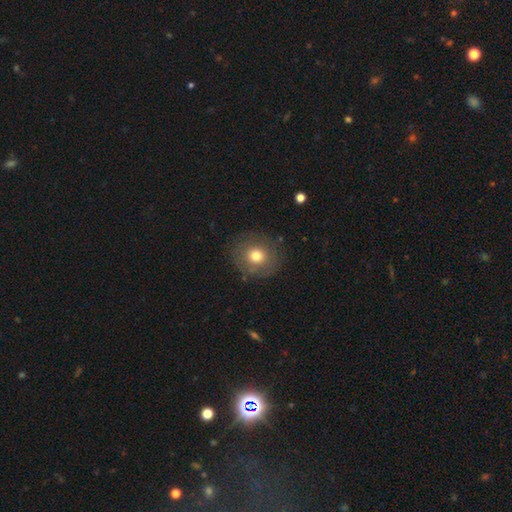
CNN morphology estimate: Smooth or featured?
  - smooth: 74% *
  - featured or disk: 16%
  - star or artifact: 10%
How rounded?
  - round: 85% *
  - in between: 14%
  - cigar-shaped: 1%
Merging?
  - none: 84% *
  - minor disturbance: 10%
  - major disturbance: 4%
  - merger: 1%